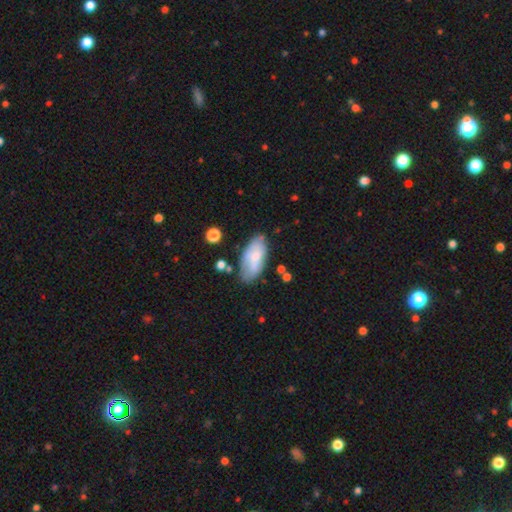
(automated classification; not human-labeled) The model was most divided on "smooth or featured": smooth: 62%, featured or disk: 31%, star or artifact: 7%. More confident: how rounded — in between (91%); merging — none (65%).